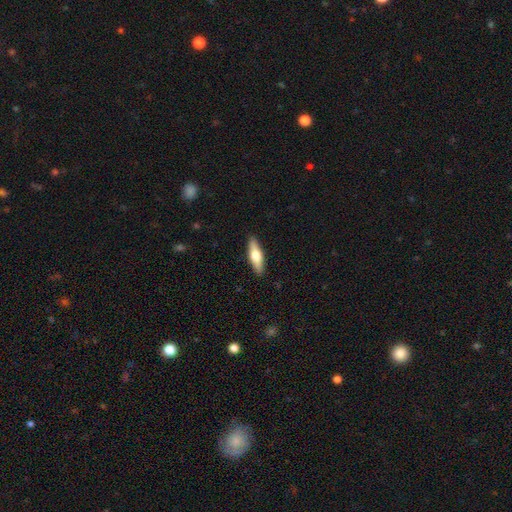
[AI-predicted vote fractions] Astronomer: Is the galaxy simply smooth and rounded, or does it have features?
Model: smooth — 53% (runner-up: featured or disk, 42%).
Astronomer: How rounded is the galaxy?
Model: cigar-shaped — 58% (runner-up: in between, 39%).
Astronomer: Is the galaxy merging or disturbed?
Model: none — 90%.